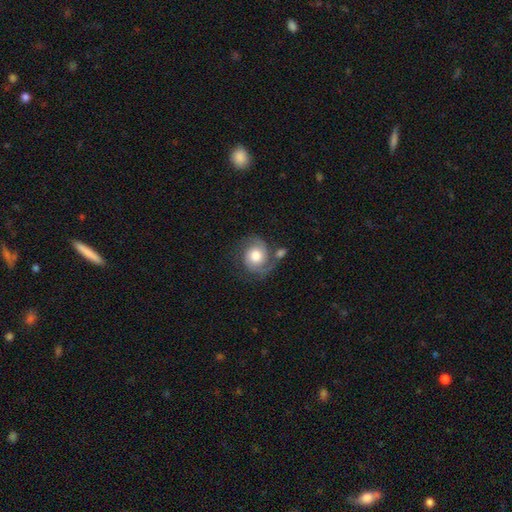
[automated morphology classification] smooth_or_featured: featured or disk (p=0.72) [alt: smooth p=0.22]
disk_edge_on: no (p=0.98) [alt: yes p=0.02]
bar: no (p=0.75) [alt: weak p=0.22]
has_spiral_arms: yes (p=0.93) [alt: no p=0.07]
spiral_winding: tight (p=0.42) [tied with: medium p=0.42]
spiral_arm_count: 2 (p=0.80) [alt: 1 p=0.13]
bulge_size: moderate (p=0.48) [alt: large p=0.39]
merging: none (p=0.55) [alt: minor disturbance p=0.19]